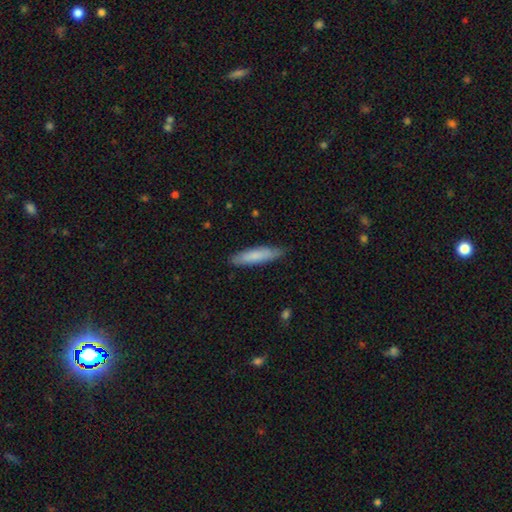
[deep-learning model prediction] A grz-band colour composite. It shows a smooth galaxy with no disk features (79%) that is cigar-shaped (78%). Merging: none (85%).